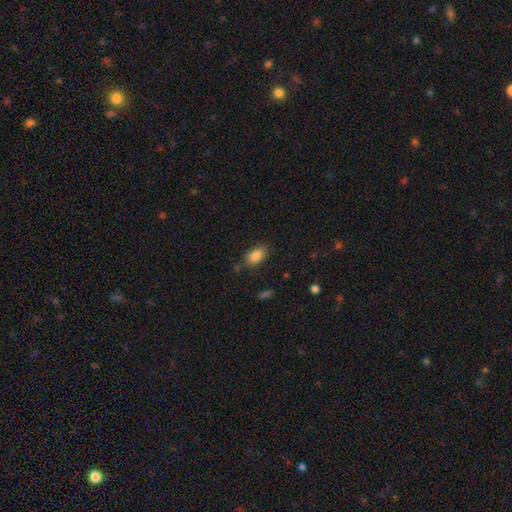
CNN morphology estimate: Smooth or featured: smooth — 86% (star or artifact — 8%)
How rounded: in between — 90% (round — 6%)
Merging: none — 78% (minor disturbance — 15%)